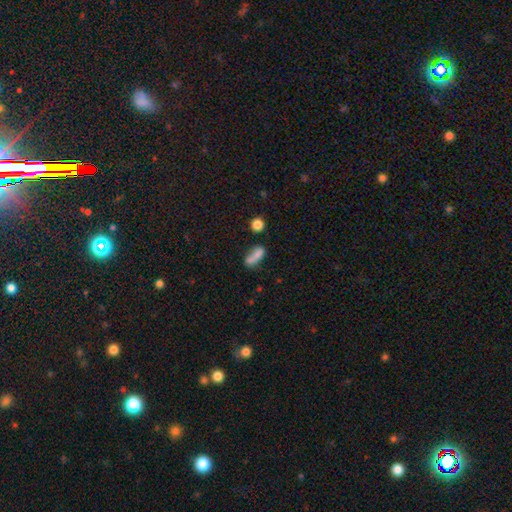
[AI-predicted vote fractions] Q: Smooth or featured?
A: smooth (73%); runner-up: featured or disk (15%)
Q: How rounded?
A: in between (67%); runner-up: cigar-shaped (23%)
Q: Merging?
A: merger (39%); runner-up: none (35%)